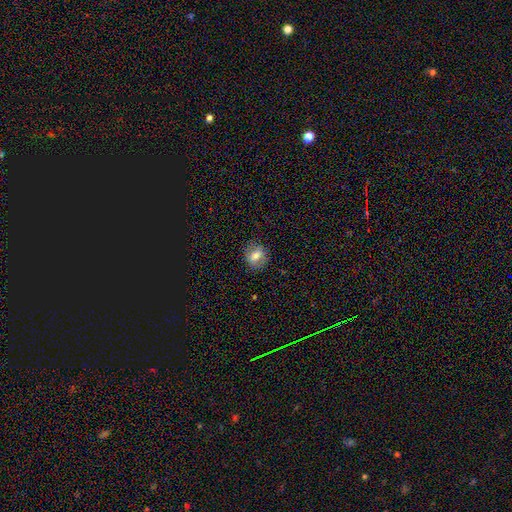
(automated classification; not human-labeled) Q: Smooth or featured?
A: smooth (67%); runner-up: featured or disk (23%)
Q: How rounded?
A: round (63%); runner-up: in between (36%)
Q: Merging?
A: none (82%); runner-up: minor disturbance (13%)